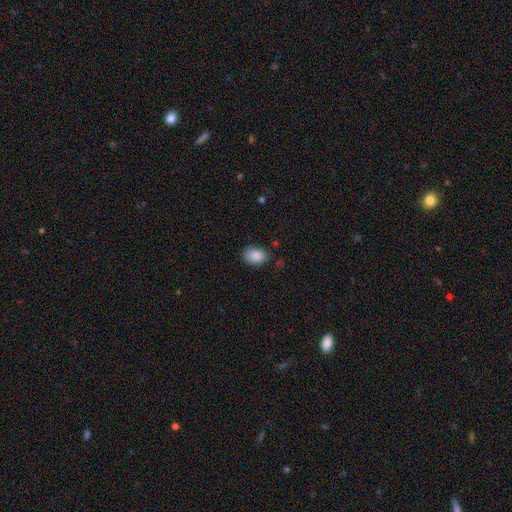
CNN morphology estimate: Smooth or featured?
  - smooth: 88% *
  - star or artifact: 8%
  - featured or disk: 4%
How rounded?
  - in between: 79% *
  - round: 20%
  - cigar-shaped: 1%
Merging?
  - none: 80% *
  - minor disturbance: 15%
  - major disturbance: 3%
  - merger: 2%